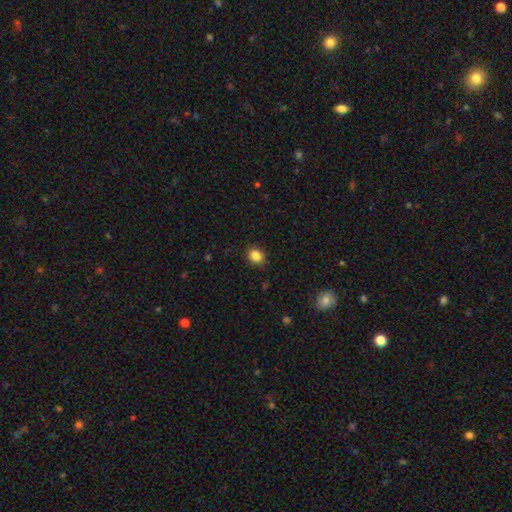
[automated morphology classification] Smooth or featured? smooth (85%)
How rounded? round (55%)
Merging? none (88%)